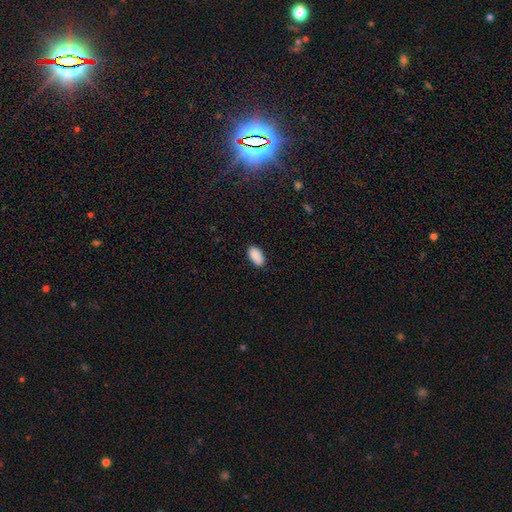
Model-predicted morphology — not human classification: smooth_or_featured: smooth (p=0.89) [alt: star or artifact p=0.07]
how_rounded: in between (p=0.94) [alt: cigar-shaped p=0.03]
merging: none (p=0.84) [alt: minor disturbance p=0.13]